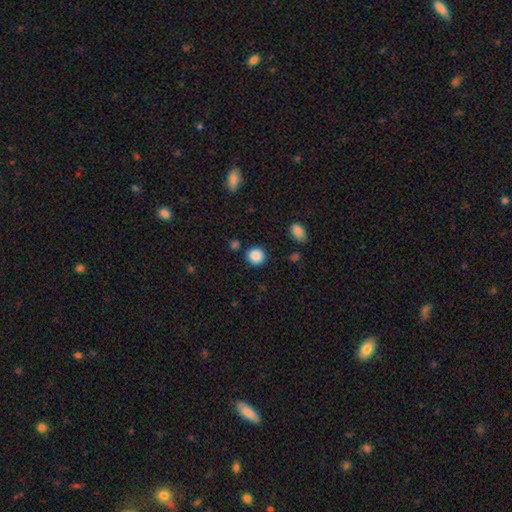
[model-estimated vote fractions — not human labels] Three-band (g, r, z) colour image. It shows a smooth galaxy with no disk features (88%) that is round (91%). Merging: none (86%).